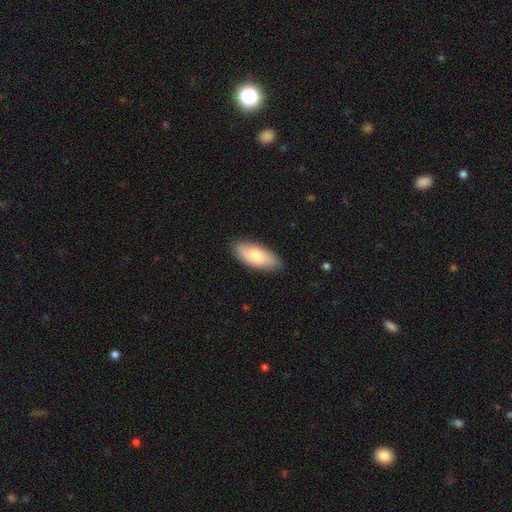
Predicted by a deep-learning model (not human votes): smooth_or_featured: smooth (p=0.70) [alt: featured or disk p=0.24]
how_rounded: in between (p=0.85) [alt: cigar-shaped p=0.13]
merging: none (p=0.82) [alt: minor disturbance p=0.14]